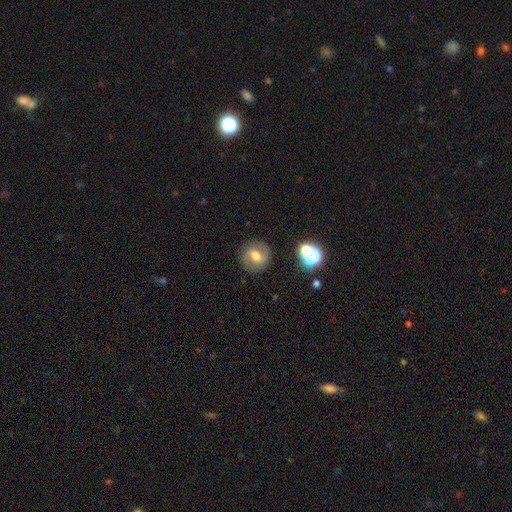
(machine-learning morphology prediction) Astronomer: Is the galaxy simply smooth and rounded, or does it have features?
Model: featured or disk — 50% (runner-up: smooth, 39%).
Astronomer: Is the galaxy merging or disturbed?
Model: none — 84%.